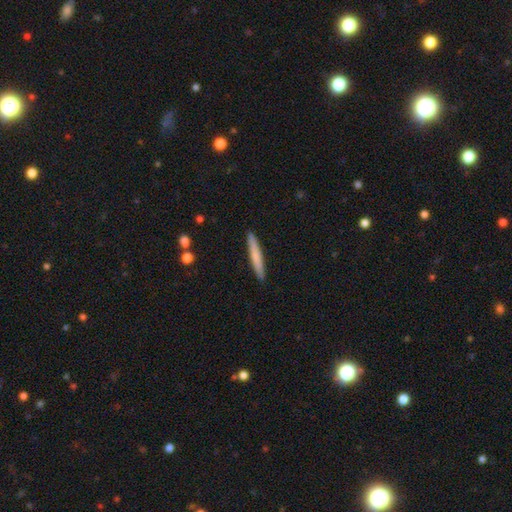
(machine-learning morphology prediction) Smooth or featured: smooth — 68% (featured or disk — 27%)
How rounded: cigar-shaped — 96% (in between — 3%)
Merging: none — 91% (minor disturbance — 6%)